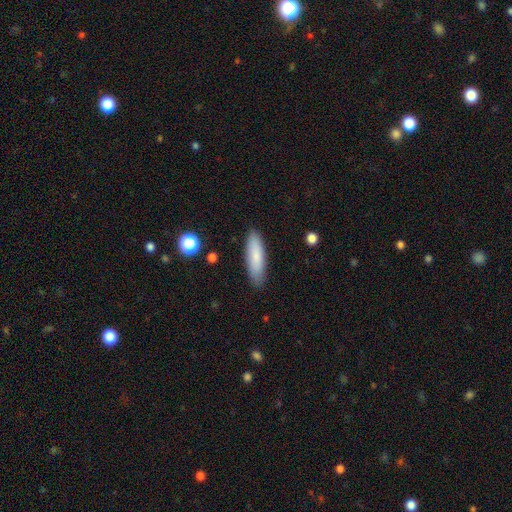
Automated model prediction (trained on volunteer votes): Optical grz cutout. It shows a smooth galaxy with no disk features (82%) that is cigar-shaped (58%). Merging: none (87%).